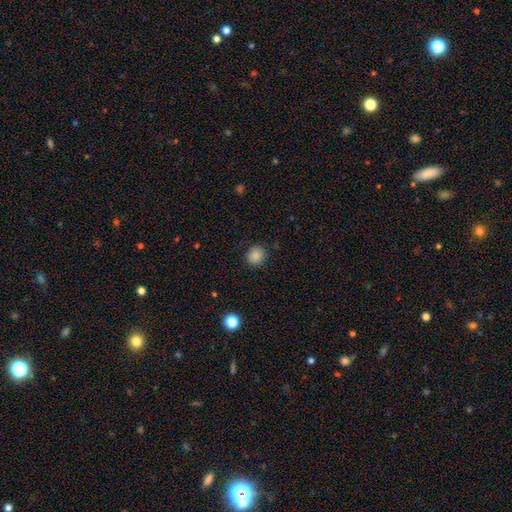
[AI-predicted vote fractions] smooth_or_featured: smooth (p=0.86) [alt: star or artifact p=0.10]
how_rounded: round (p=0.89) [alt: in between p=0.10]
merging: none (p=0.89) [alt: minor disturbance p=0.08]